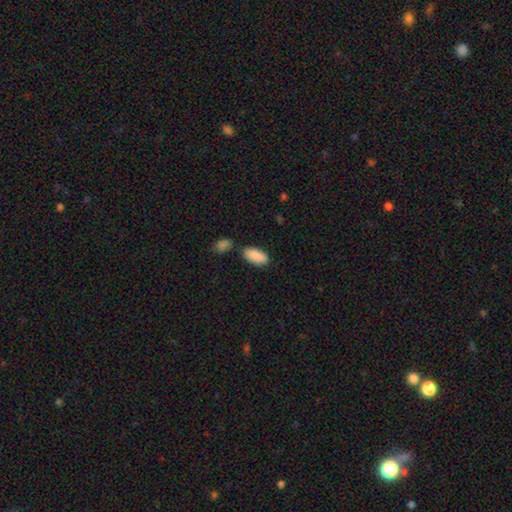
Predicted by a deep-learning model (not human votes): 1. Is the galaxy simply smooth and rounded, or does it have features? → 88% smooth, 6% star or artifact, 6% featured or disk.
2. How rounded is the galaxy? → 89% in between, 9% cigar-shaped, 2% round.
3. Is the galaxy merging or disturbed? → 72% none, 15% minor disturbance, 10% merger, 3% major disturbance.